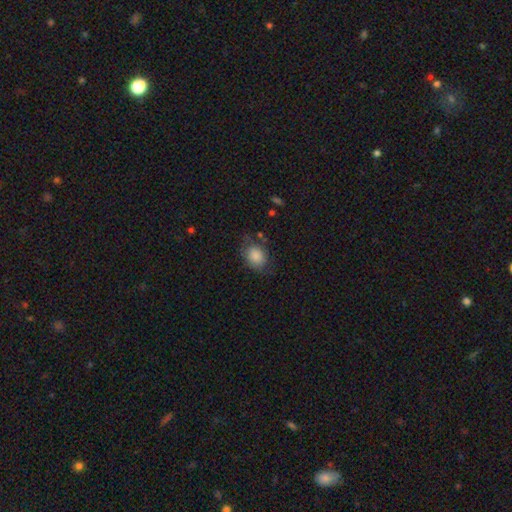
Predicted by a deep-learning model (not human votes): Smooth or featured? Predicted: smooth (p=0.84). How rounded? Predicted: in between (p=0.59). Merging? Predicted: none (p=0.63).